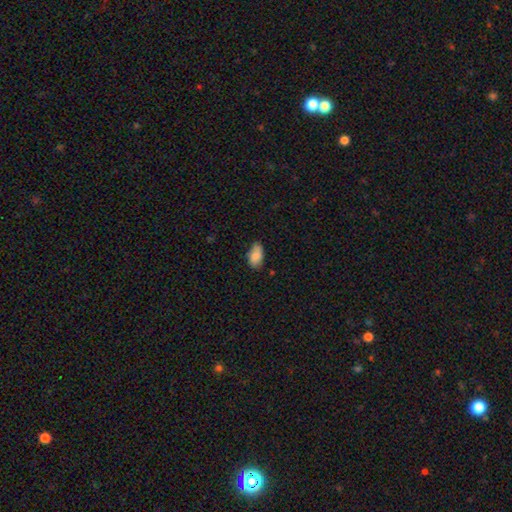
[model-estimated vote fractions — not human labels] Smooth or featured?
  - smooth: 85% *
  - featured or disk: 8%
  - star or artifact: 7%
How rounded?
  - in between: 93% *
  - round: 5%
  - cigar-shaped: 3%
Merging?
  - none: 68% *
  - minor disturbance: 26%
  - major disturbance: 4%
  - merger: 2%